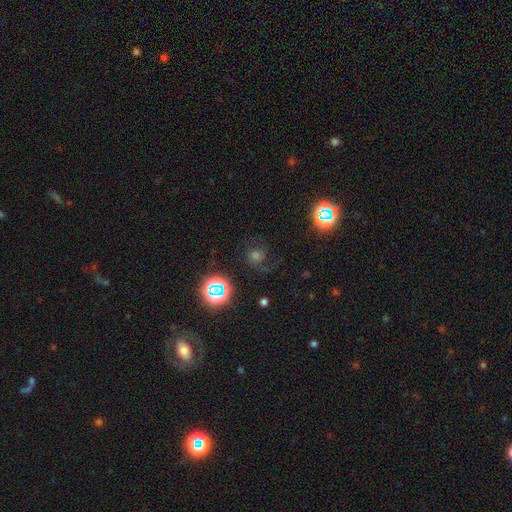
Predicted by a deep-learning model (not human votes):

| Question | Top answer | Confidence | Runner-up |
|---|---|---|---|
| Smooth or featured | smooth | 35% | star or artifact (34%) |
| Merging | none | 64% | minor disturbance (17%) |